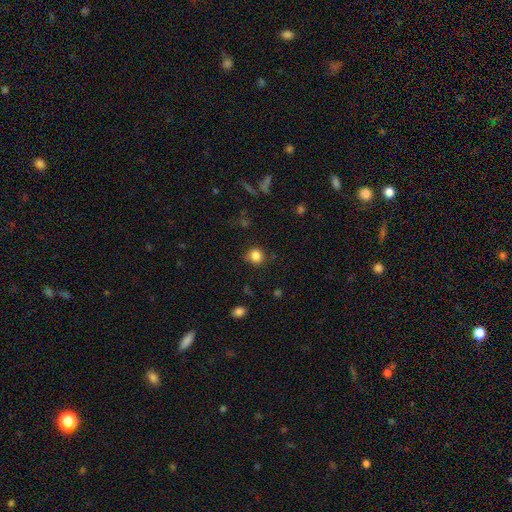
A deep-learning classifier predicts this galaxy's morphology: Overall: smooth (83%). How rounded: round (85%). Merging: none (83%).